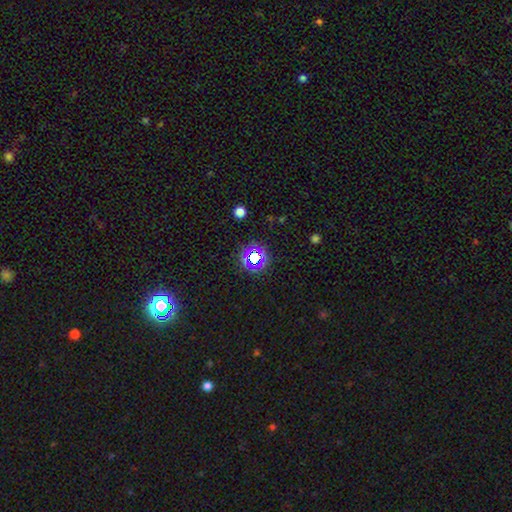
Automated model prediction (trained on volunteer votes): star or artifact 66%, smooth 23%, featured or disk 10%.